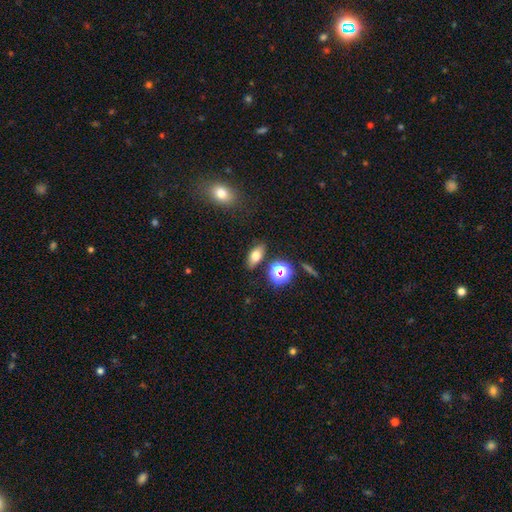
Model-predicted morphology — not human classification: smooth-or-featured: smooth: 70% | featured or disk: 16% | star or artifact: 14%
  how-rounded: in between: 78% | cigar-shaped: 12% | round: 10%
  merging: none: 82% | minor disturbance: 11% | merger: 4% | major disturbance: 3%